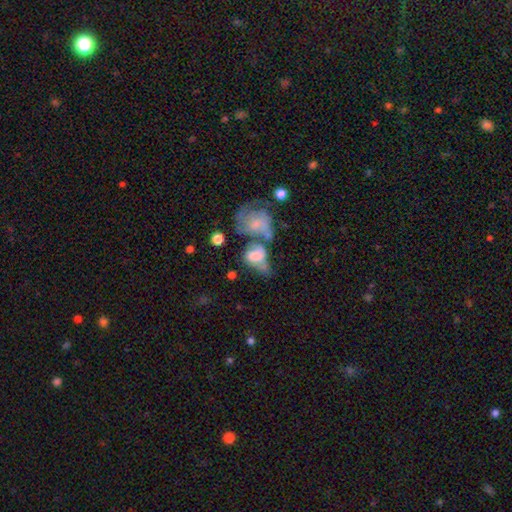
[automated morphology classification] smooth-or-featured: smooth: 50% | featured or disk: 41% | star or artifact: 10%
  merging: merger: 47% | major disturbance: 22% | none: 17% | minor disturbance: 14%